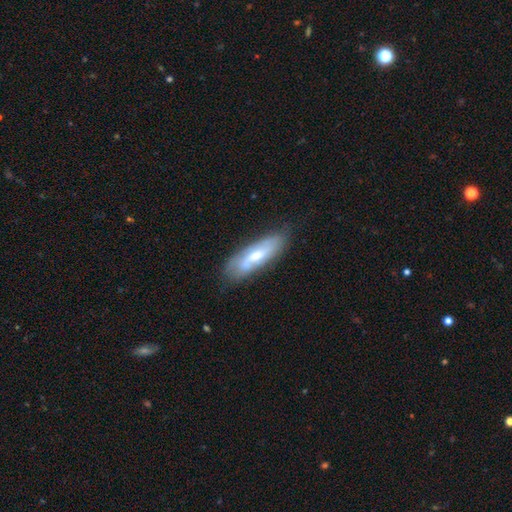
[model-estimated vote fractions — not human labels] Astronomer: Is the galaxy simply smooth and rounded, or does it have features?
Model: featured or disk — 54% (runner-up: smooth, 39%).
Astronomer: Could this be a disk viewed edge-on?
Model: no — 72%.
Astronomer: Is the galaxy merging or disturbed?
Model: none — 71%.